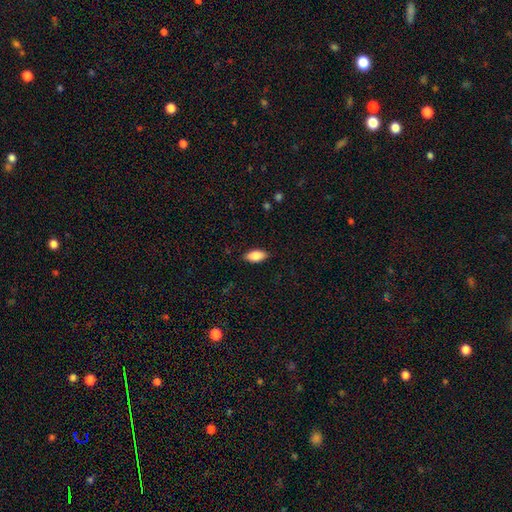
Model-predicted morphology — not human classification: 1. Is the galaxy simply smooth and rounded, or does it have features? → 85% smooth, 8% featured or disk, 7% star or artifact.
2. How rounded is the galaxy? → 91% in between, 7% cigar-shaped, 3% round.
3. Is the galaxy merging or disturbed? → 87% none, 10% minor disturbance, 2% major disturbance, 1% merger.